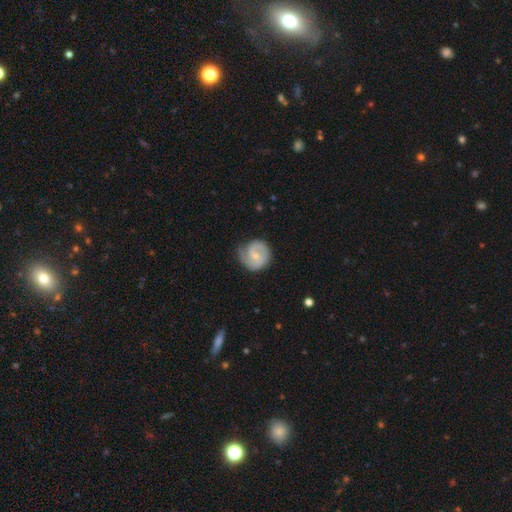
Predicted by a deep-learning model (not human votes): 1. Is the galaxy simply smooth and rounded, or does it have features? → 74% featured or disk, 22% smooth, 5% star or artifact.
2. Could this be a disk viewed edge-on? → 98% no, 2% yes.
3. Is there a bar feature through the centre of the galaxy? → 48% no, 44% weak, 8% strong.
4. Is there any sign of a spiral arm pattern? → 94% yes, 6% no.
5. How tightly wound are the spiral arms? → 48% tight, 38% medium, 13% loose.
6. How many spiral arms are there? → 63% 2, 23% 1, 9% can't tell, 3% 3, 1% 4, 1% more than 4.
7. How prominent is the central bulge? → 58% small, 31% moderate, 9% none, 2% large, 1% dominant.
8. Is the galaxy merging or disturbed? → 67% none, 23% minor disturbance, 9% major disturbance, 1% merger.